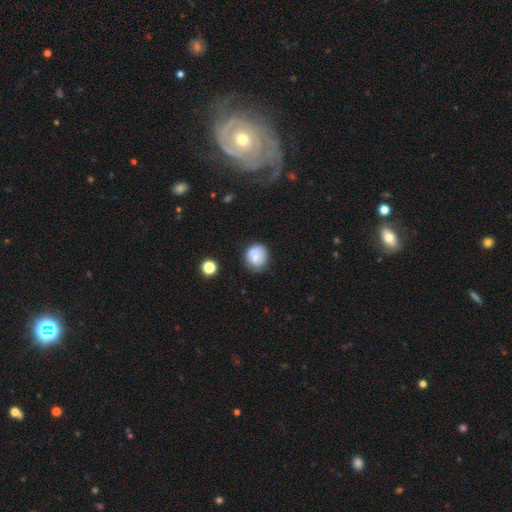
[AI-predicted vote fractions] Overall: smooth (71%). How rounded: round (78%). Merging: none (72%).